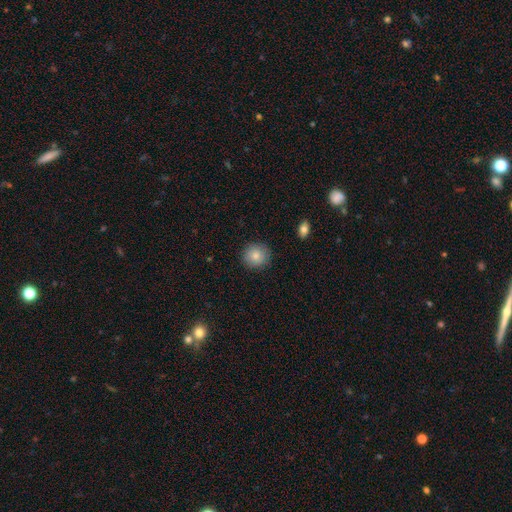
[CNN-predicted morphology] smooth_or_featured: smooth (p=0.84) [alt: star or artifact p=0.08]
how_rounded: round (p=0.90) [alt: in between p=0.09]
merging: none (p=0.89) [alt: minor disturbance p=0.08]